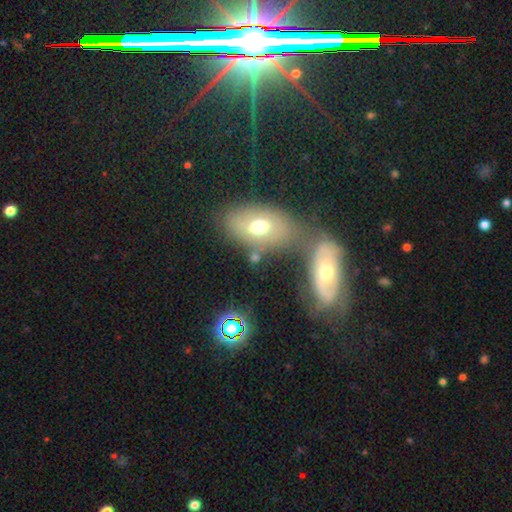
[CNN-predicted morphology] Smooth or featured? Predicted: smooth (p=0.42). Merging? Predicted: none (p=0.63).